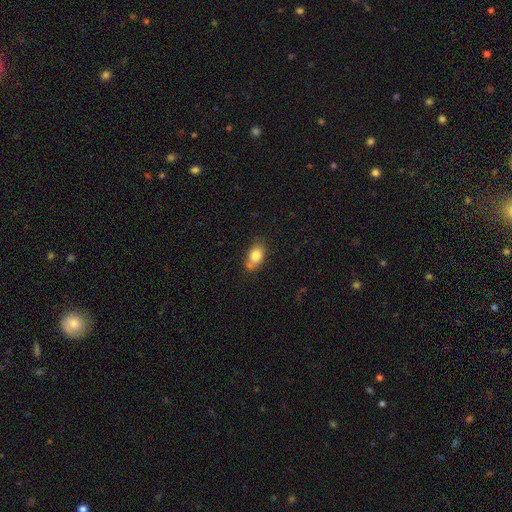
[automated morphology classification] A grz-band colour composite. It shows a smooth galaxy with no disk features (80%) that is in between round and cigar-shaped (77%). Merging: none (57%).